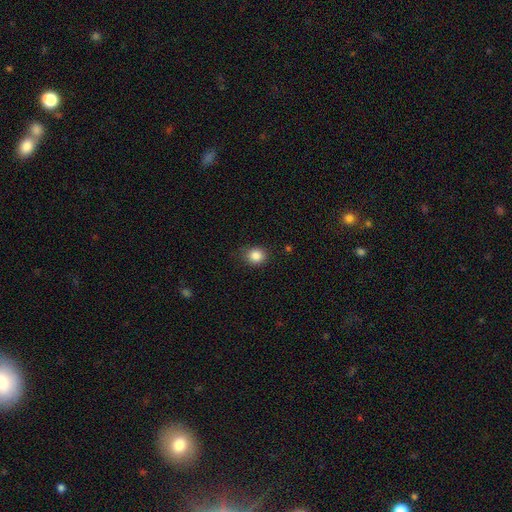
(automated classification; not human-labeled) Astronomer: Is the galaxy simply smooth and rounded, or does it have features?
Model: smooth — 85%.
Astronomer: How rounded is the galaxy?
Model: round — 77%.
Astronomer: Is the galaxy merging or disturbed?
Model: none — 79%.